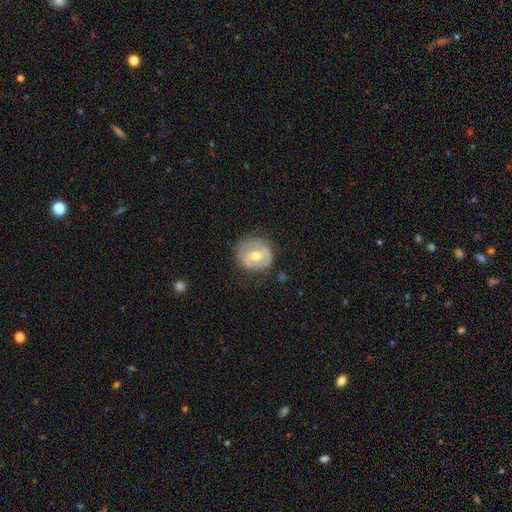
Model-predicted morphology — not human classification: Smooth or featured? Predicted: featured or disk (p=0.56). Edge-on disk? Predicted: no (p=0.95). Bar? Predicted: weak (p=0.41). Spiral arms? Predicted: no (p=0.65). Bulge size? Predicted: moderate (p=0.79). Merging? Predicted: none (p=0.69).